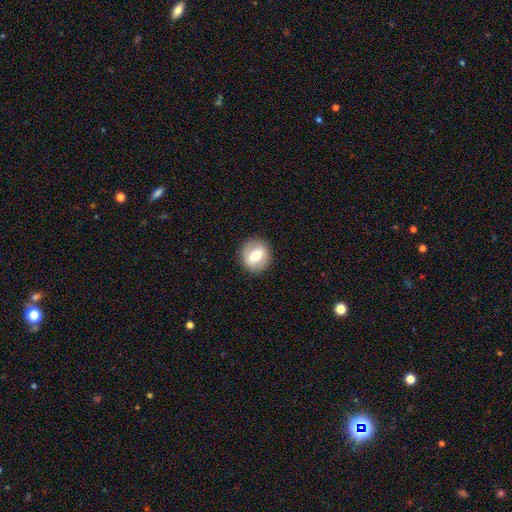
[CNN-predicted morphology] Smooth or featured? Predicted: smooth (p=0.59). How rounded? Predicted: round (p=0.79). Merging? Predicted: none (p=0.88).